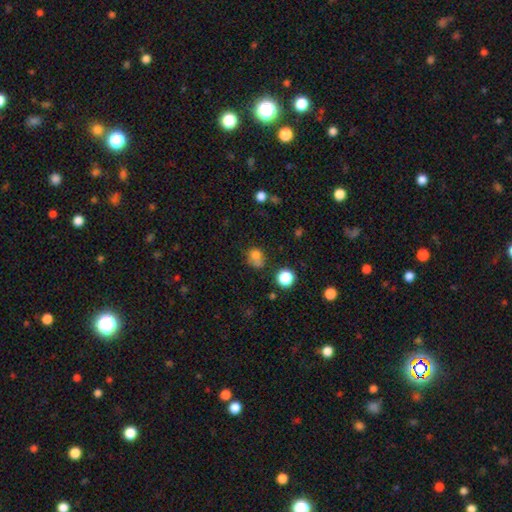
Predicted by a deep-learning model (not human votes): A smooth galaxy with no disk features (75%) that is round (64%).

Vote fractions:
- Smooth or featured? smooth: 75% / star or artifact: 16% / featured or disk: 9%
- How rounded? round: 64% / in between: 34% / cigar-shaped: 1%
- Merging? none: 43% / merger: 22% / minor disturbance: 22% / major disturbance: 13%